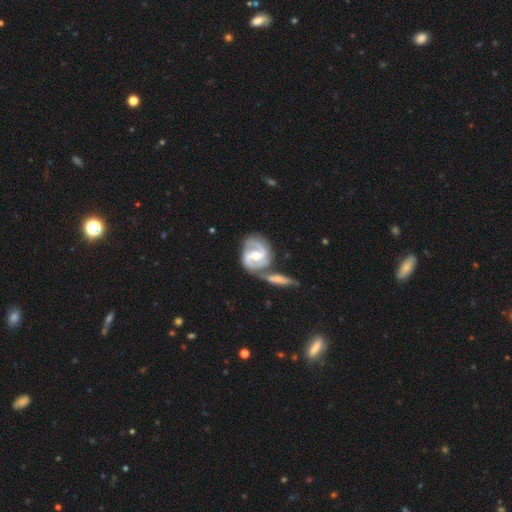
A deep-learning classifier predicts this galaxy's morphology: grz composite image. It shows a featured or disk galaxy (87%) with a weak bar (44%), 2 (83%) medium (50%) spiral arms (97%) and a moderate central bulge (67%). Merging: none (45%).